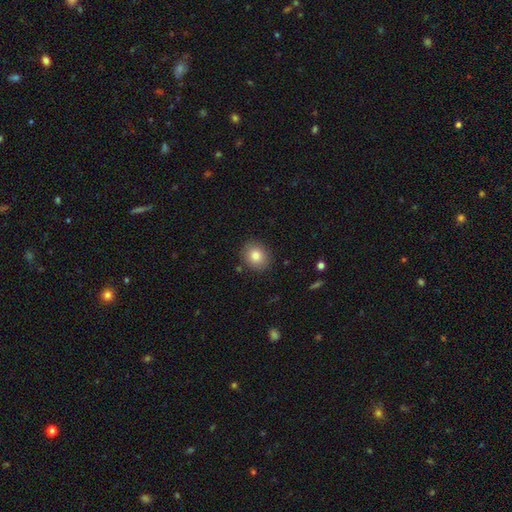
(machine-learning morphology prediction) smooth_or_featured: smooth (p=0.82) [alt: star or artifact p=0.10]
how_rounded: round (p=0.66) [alt: in between p=0.33]
merging: none (p=0.88) [alt: minor disturbance p=0.08]